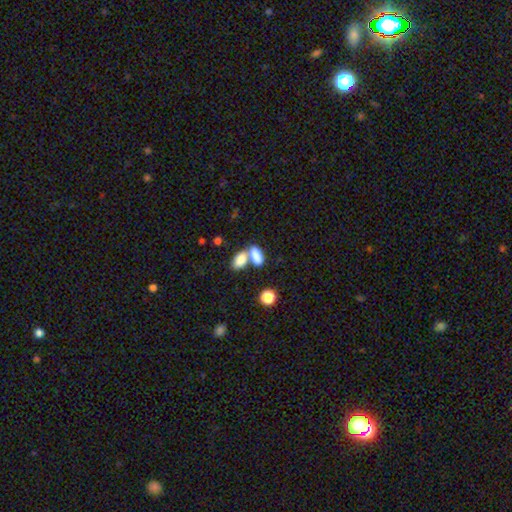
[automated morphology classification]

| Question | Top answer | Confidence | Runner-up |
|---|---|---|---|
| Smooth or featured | smooth | 83% | featured or disk (9%) |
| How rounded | in between | 90% | cigar-shaped (5%) |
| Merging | merger | 54% | none (34%) |